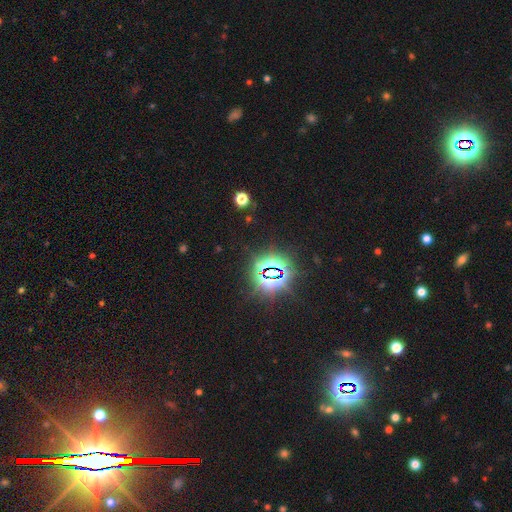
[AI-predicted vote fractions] This appears to be a star or artifact, not a galaxy (81%).